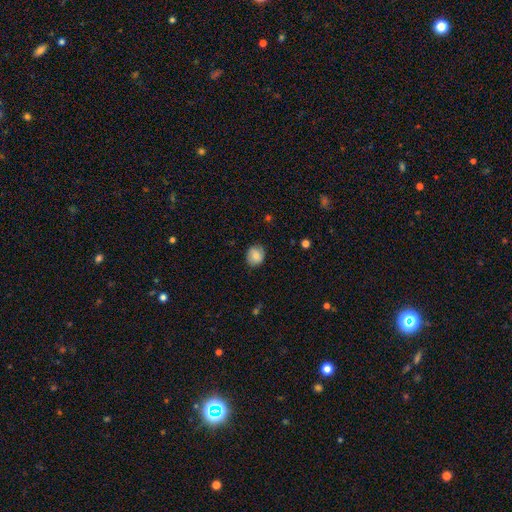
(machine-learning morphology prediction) smooth_or_featured: smooth (p=0.78) [alt: featured or disk p=0.14]
how_rounded: round (p=0.73) [alt: in between p=0.26]
merging: none (p=0.81) [alt: minor disturbance p=0.15]